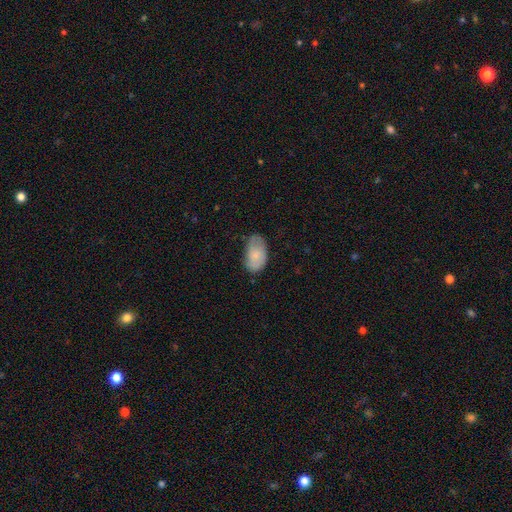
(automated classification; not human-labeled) Overall: smooth (76%). How rounded: in between (93%). Merging: none (60%; minor disturbance 32%).